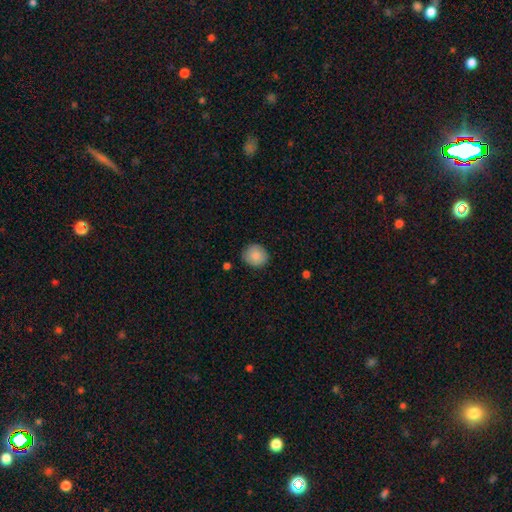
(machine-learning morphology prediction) Smooth or featured: smooth — 85% (star or artifact — 7%)
How rounded: round — 84% (in between — 15%)
Merging: none — 86% (minor disturbance — 10%)